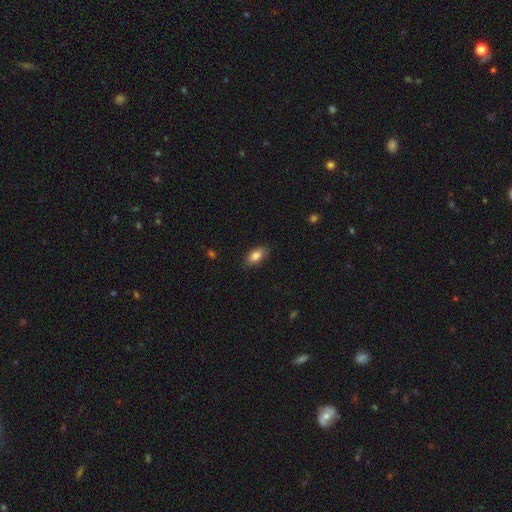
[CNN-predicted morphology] Q: Smooth or featured?
A: smooth (85%); runner-up: featured or disk (8%)
Q: How rounded?
A: in between (90%); runner-up: cigar-shaped (6%)
Q: Merging?
A: none (85%); runner-up: minor disturbance (11%)